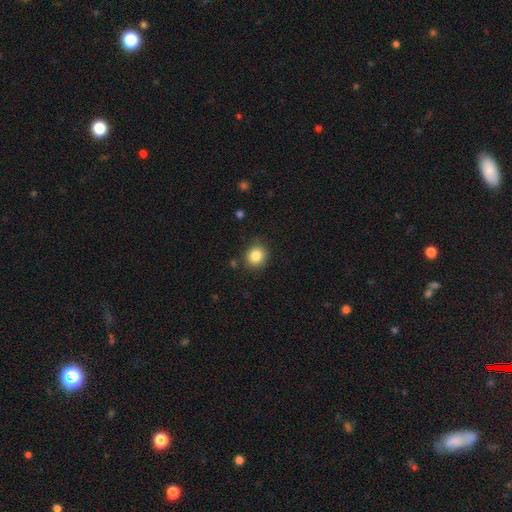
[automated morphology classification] Q: Smooth or featured?
A: smooth (84%); runner-up: star or artifact (10%)
Q: How rounded?
A: round (81%); runner-up: in between (18%)
Q: Merging?
A: none (85%); runner-up: minor disturbance (10%)